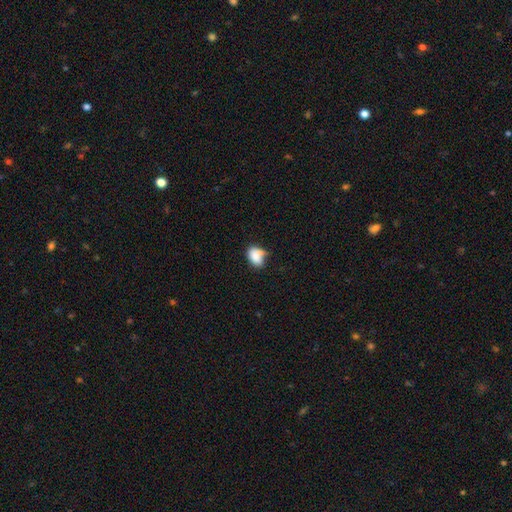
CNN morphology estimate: type=smooth (83%); roundness=in between (75%); merging=none (42%).